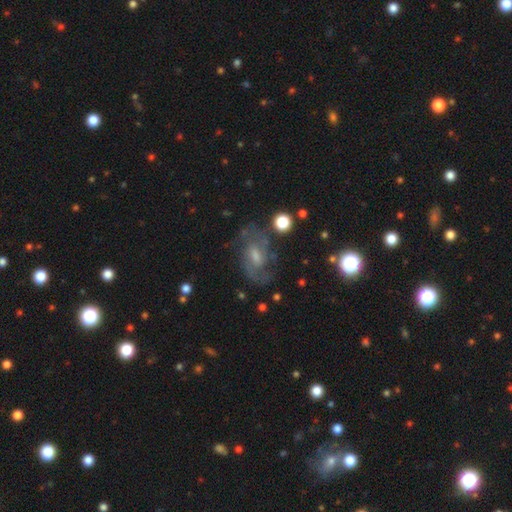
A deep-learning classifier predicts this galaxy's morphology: Smooth or featured?
  - featured or disk: 76% *
  - smooth: 13%
  - star or artifact: 11%
Edge-on disk?
  - no: 96% *
  - yes: 4%
Bar?
  - weak: 54% *
  - no: 33%
  - strong: 13%
Spiral arms?
  - yes: 92% *
  - no: 8%
Spiral winding?
  - medium: 52% *
  - tight: 30%
  - loose: 18%
Spiral arm count?
  - 2: 70% *
  - can't tell: 16%
  - 3: 6%
  - 1: 3%
  - 4: 2%
  - more than 4: 2%
Bulge size?
  - moderate: 41% *
  - small: 40%
  - none: 11%
  - large: 6%
  - dominant: 1%
Merging?
  - none: 72% *
  - minor disturbance: 16%
  - major disturbance: 9%
  - merger: 3%